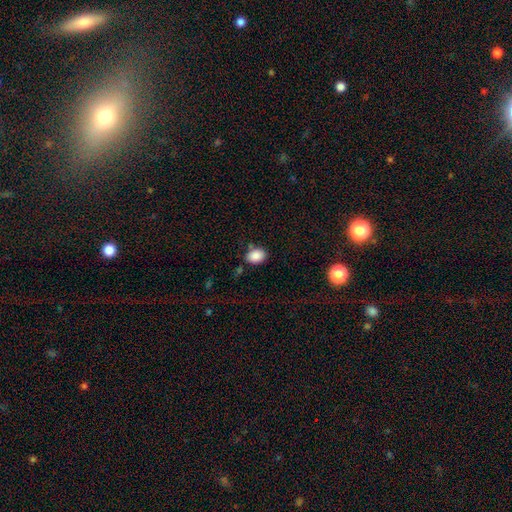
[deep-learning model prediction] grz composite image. It shows a smooth galaxy with no disk features (88%) that is in between round and cigar-shaped (70%). Merging: none (76%).